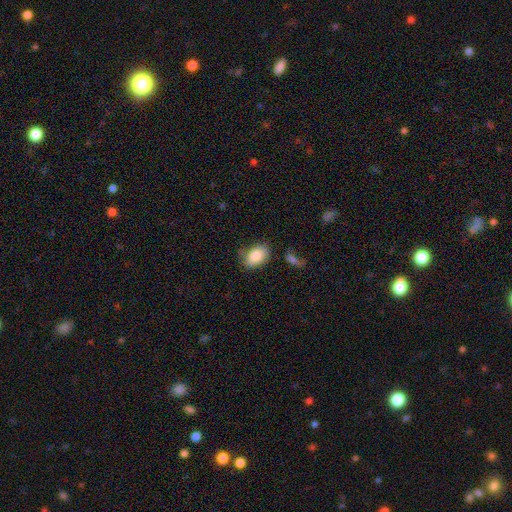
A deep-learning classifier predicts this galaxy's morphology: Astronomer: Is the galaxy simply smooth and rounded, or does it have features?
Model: smooth — 85%.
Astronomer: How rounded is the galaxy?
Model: in between — 90%.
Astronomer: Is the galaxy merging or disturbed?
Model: none — 70%.